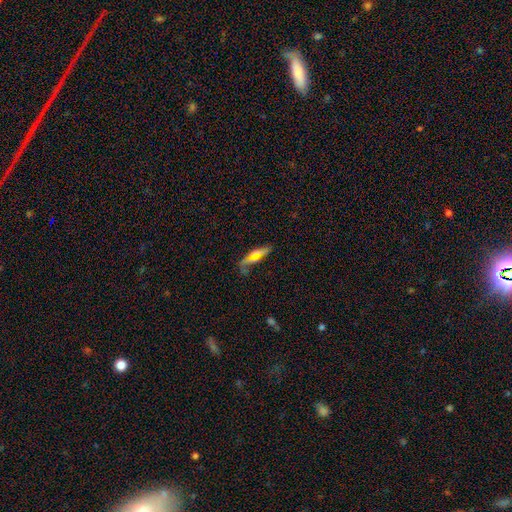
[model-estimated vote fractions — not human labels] Smooth or featured? smooth (51%)
How rounded? cigar-shaped (70%)
Merging? none (49%)